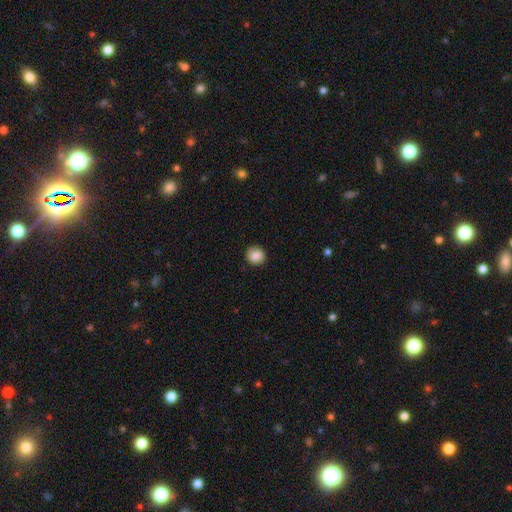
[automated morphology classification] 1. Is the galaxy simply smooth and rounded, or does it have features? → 86% smooth, 8% star or artifact, 5% featured or disk.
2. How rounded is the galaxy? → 87% round, 12% in between, 1% cigar-shaped.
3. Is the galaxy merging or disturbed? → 88% none, 8% minor disturbance, 2% major disturbance, 1% merger.